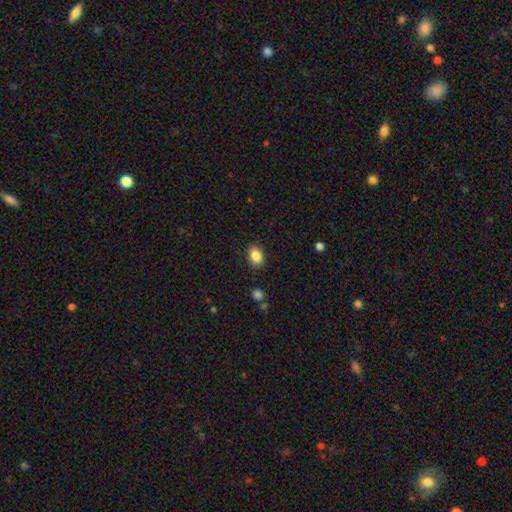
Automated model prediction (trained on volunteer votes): Smooth or featured? Predicted: smooth (p=0.86). How rounded? Predicted: in between (p=0.70). Merging? Predicted: none (p=0.88).